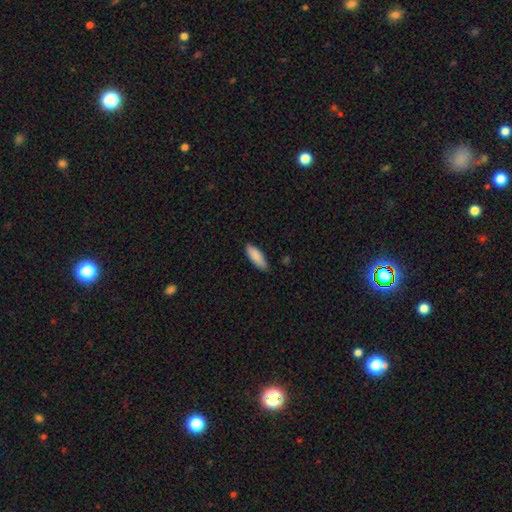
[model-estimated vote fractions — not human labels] A smooth galaxy with no disk features (88%) that is in between round and cigar-shaped (63%). Merging: none (84%).